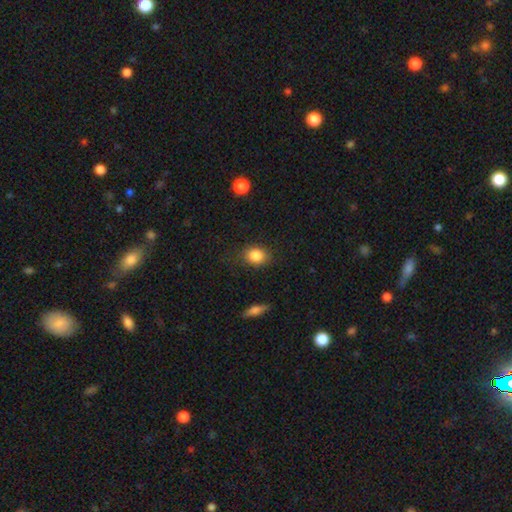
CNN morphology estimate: A smooth galaxy with no disk features (85%) that is round (50%). Merging: none (82%).